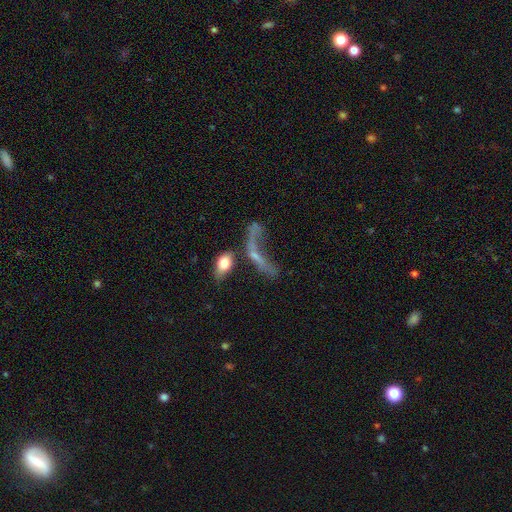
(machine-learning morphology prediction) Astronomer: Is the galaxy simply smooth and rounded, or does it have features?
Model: featured or disk — 47% (runner-up: smooth, 33%).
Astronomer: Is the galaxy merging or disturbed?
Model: merger — 39% (runner-up: none, 25%).